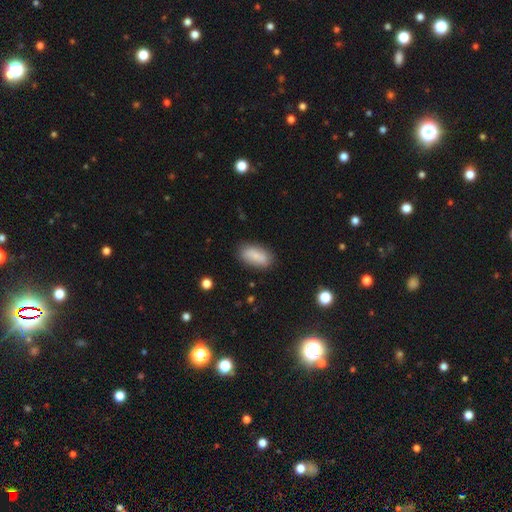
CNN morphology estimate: Overall: smooth (77%). How rounded: in between (90%). Merging: none (82%).